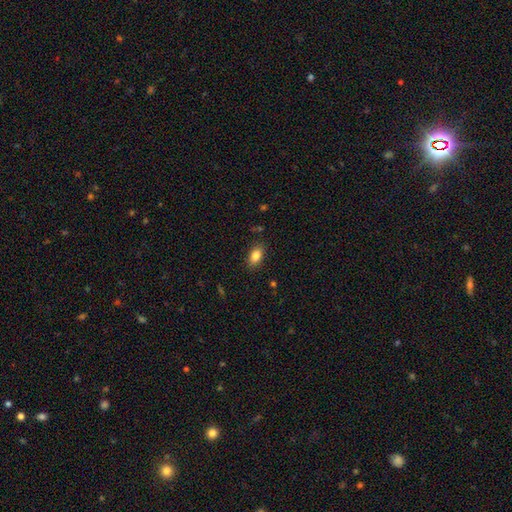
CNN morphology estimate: type=smooth (84%); roundness=in between (88%); merging=none (85%).